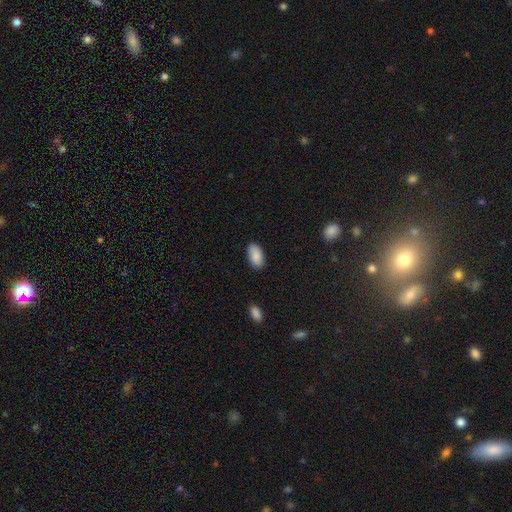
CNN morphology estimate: type=smooth (89%); roundness=in between (95%); merging=none (85%).